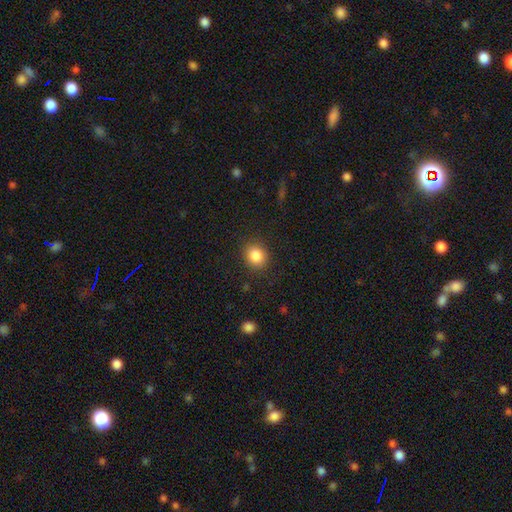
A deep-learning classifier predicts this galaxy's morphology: Smooth or featured? smooth (85%)
How rounded? round (74%)
Merging? none (88%)